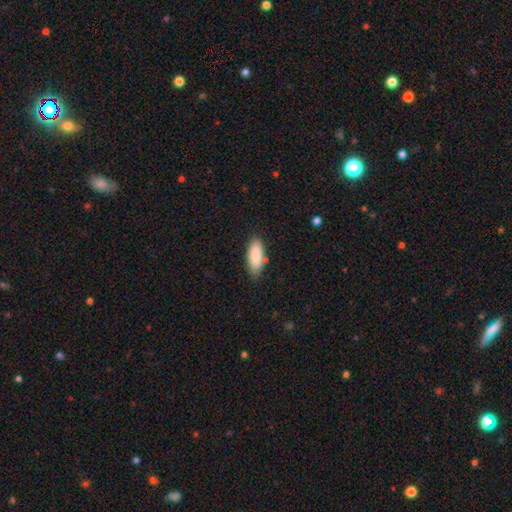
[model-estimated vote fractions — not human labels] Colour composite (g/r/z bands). It shows a smooth galaxy with no disk features (86%) that is in between round and cigar-shaped (77%). Merging: none (81%).